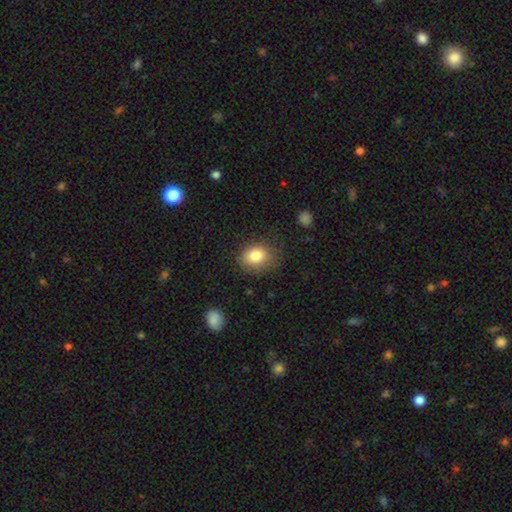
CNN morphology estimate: This is clearly a smooth galaxy (83%). How rounded: possibly in between (56%). Merging: likely none (75%).